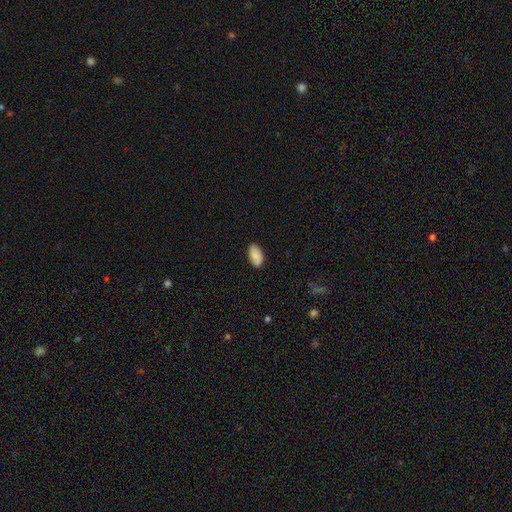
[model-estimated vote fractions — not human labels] Smooth or featured?
  - smooth: 87% *
  - featured or disk: 7%
  - star or artifact: 7%
How rounded?
  - in between: 95% *
  - round: 3%
  - cigar-shaped: 2%
Merging?
  - none: 85% *
  - minor disturbance: 11%
  - major disturbance: 2%
  - merger: 1%